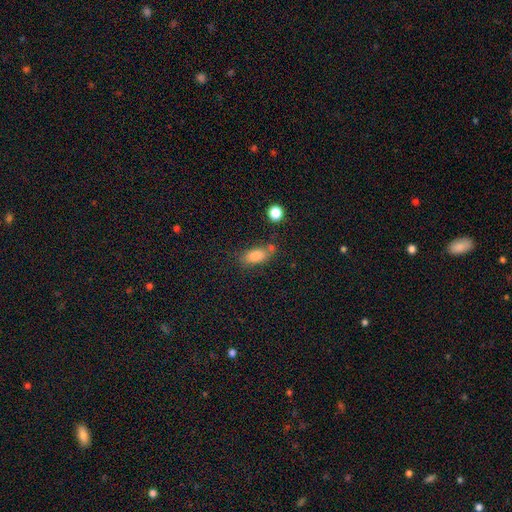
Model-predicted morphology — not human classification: smooth 82%, star or artifact 10%, featured or disk 9%. Down the decision tree: how rounded — in between (83%); merging — none (59%).